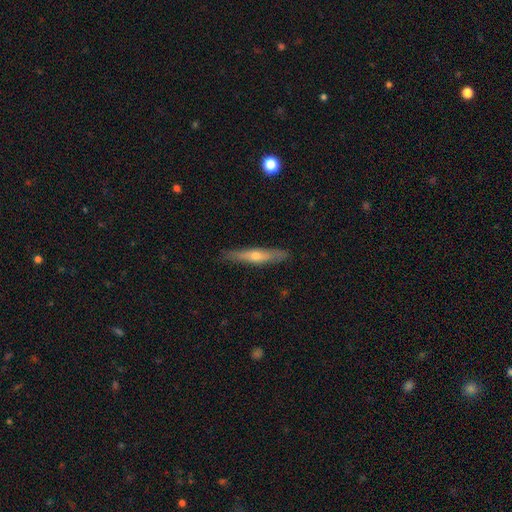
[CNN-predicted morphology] featured or disk 58%, smooth 36%, star or artifact 6%. Down the decision tree: edge-on disk — yes (90%); edge-on bulge — rounded (84%); merging — none (87%).